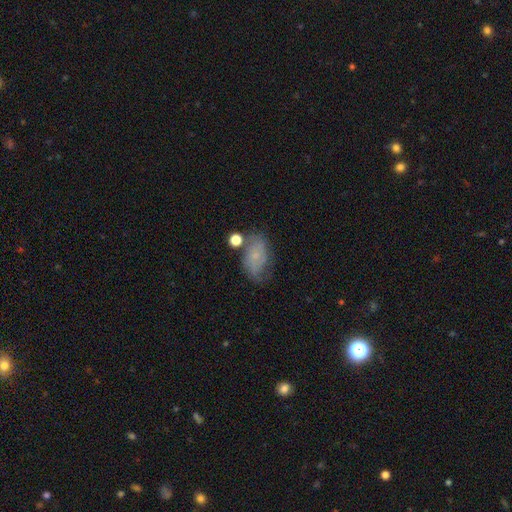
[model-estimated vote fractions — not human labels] smooth_or_featured: smooth (p=0.48) [alt: featured or disk p=0.41]
merging: none (p=0.50) [alt: minor disturbance p=0.27]